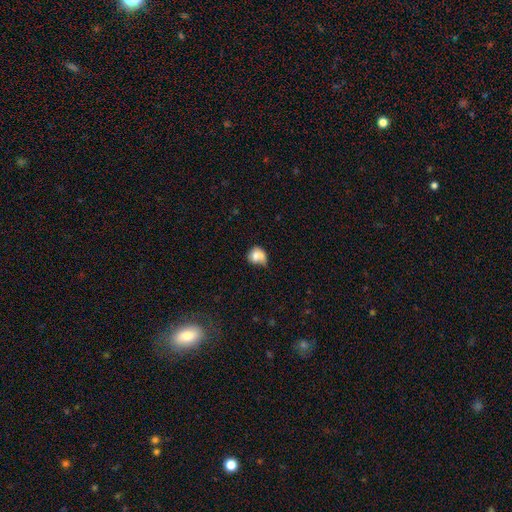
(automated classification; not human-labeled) Morphology: type=smooth (71%); roundness=round (65%); merging=none (32%).